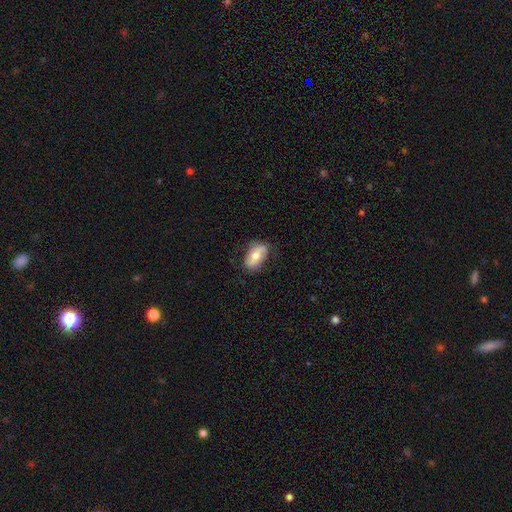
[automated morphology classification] Smooth or featured? Predicted: smooth (p=0.63). How rounded? Predicted: in between (p=0.90). Merging? Predicted: none (p=0.76).